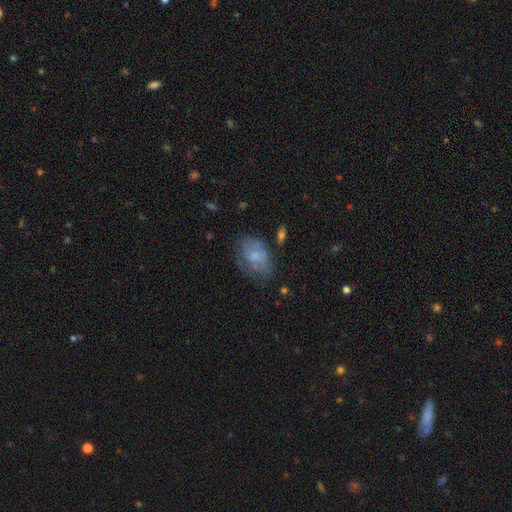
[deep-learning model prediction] smooth 56%, featured or disk 35%, star or artifact 9%. Down the decision tree: how rounded — in between (79%); merging — none (46%).